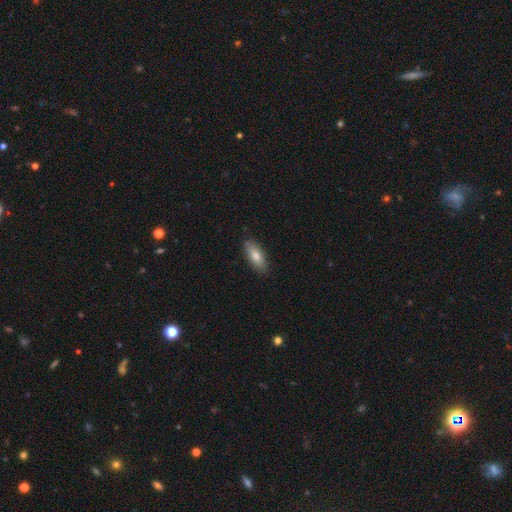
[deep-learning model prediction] This appears to be a smooth galaxy with no disk features (78%) that is in between round and cigar-shaped (76%). Merging: none (85%).